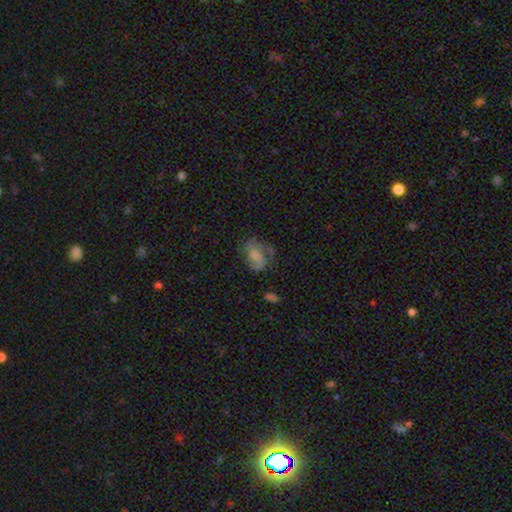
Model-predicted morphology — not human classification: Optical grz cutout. It shows a featured or disk galaxy (46%). Merging: none (45%).